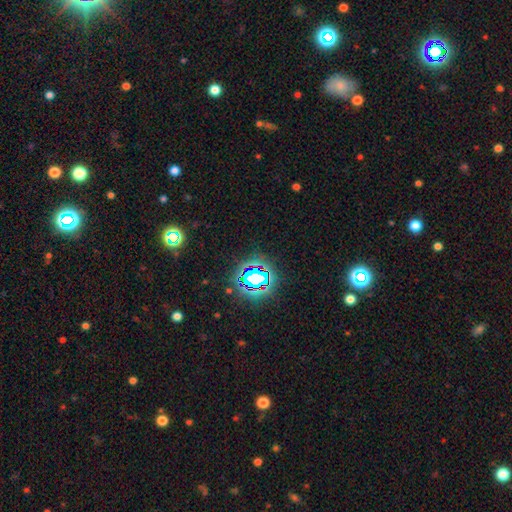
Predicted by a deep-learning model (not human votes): star or artifact 80%, smooth 12%, featured or disk 8%.